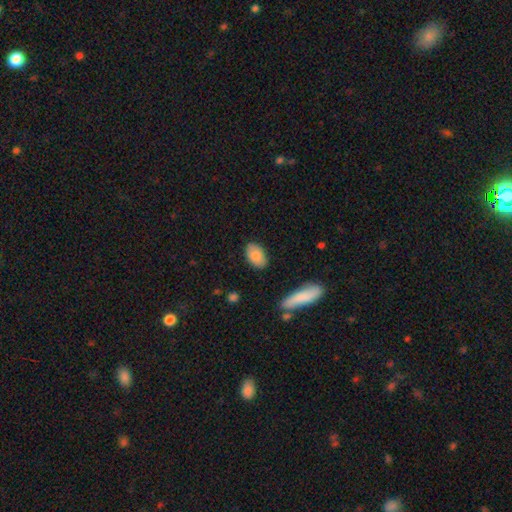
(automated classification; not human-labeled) A smooth galaxy with no disk features (84%) that is in between round and cigar-shaped (92%).

Vote fractions:
- Smooth or featured? smooth: 84% / featured or disk: 10% / star or artifact: 7%
- How rounded? in between: 92% / round: 6% / cigar-shaped: 2%
- Merging? none: 84% / minor disturbance: 11% / major disturbance: 2% / merger: 2%